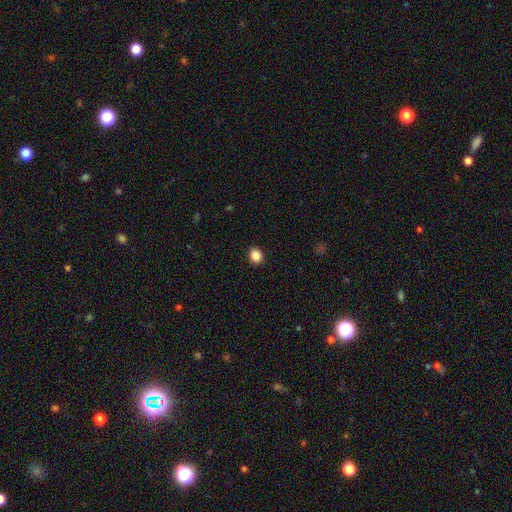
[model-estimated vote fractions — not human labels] Smooth or featured?
  - smooth: 86% *
  - star or artifact: 10%
  - featured or disk: 4%
How rounded?
  - round: 66% *
  - in between: 33%
  - cigar-shaped: 1%
Merging?
  - none: 92% *
  - minor disturbance: 6%
  - major disturbance: 2%
  - merger: 1%